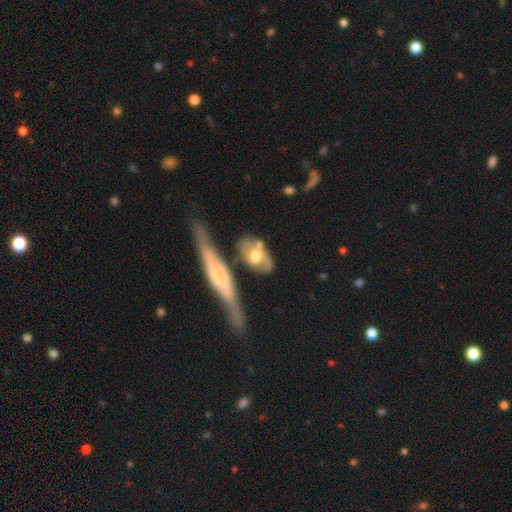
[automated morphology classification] A featured or disk galaxy (55%).

Vote fractions:
- Smooth or featured? featured or disk: 55% / smooth: 41% / star or artifact: 5%
- Edge-on disk? no: 73% / yes: 27%
- Merging? none: 49% / minor disturbance: 22% / merger: 18% / major disturbance: 11%